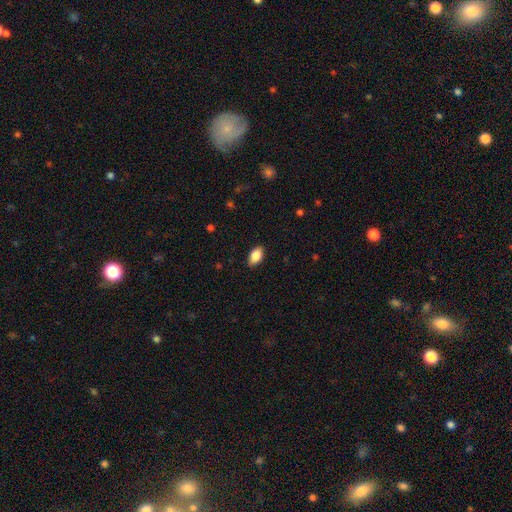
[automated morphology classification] A smooth galaxy with no disk features (86%) that is in between round and cigar-shaped (92%). Merging: none (87%).